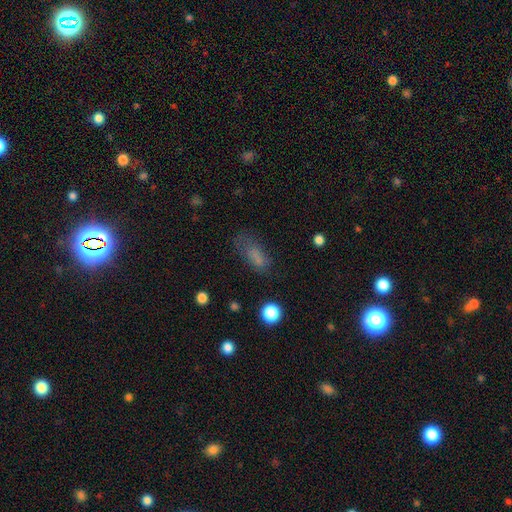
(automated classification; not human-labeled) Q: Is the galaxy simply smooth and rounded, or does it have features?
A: smooth — 67%.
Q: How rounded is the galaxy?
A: in between — 74%.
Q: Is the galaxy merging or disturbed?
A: none — 49%.